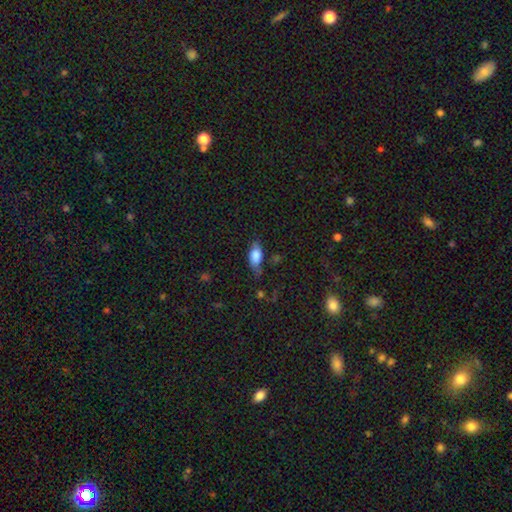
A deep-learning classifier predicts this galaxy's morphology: Smooth or featured? smooth (79%)
How rounded? in between (86%)
Merging? none (53%)